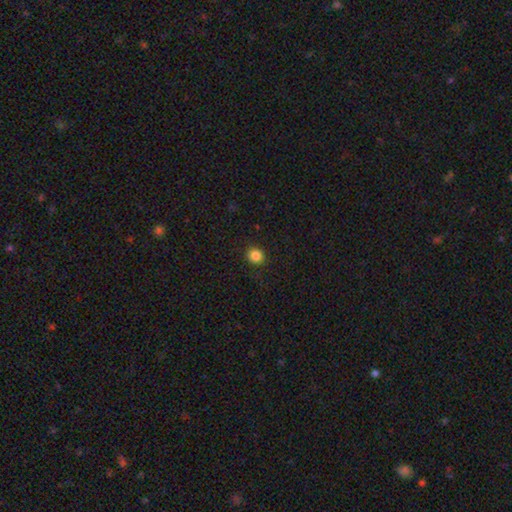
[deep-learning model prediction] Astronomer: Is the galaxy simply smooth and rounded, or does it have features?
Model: smooth — 85%.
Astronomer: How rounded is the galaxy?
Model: round — 87%.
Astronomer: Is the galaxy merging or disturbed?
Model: none — 91%.